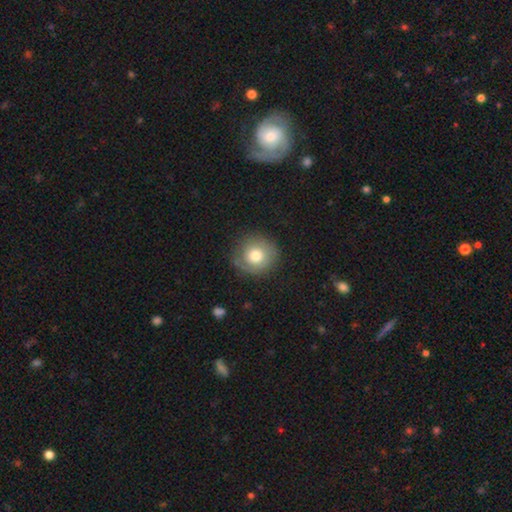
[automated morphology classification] type=smooth (64%); roundness=round (92%); merging=none (79%).